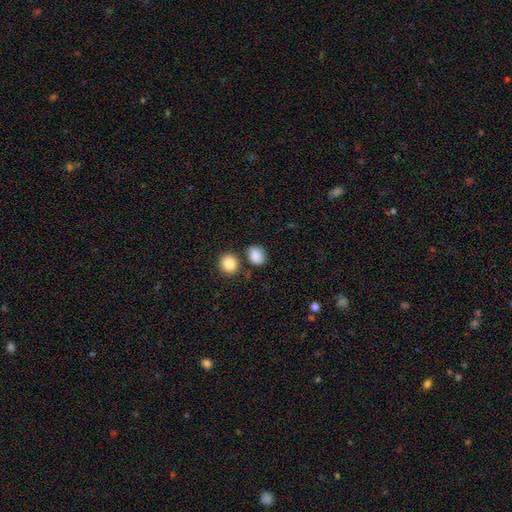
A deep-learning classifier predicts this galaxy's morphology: This appears to be a smooth galaxy with no disk features (87%) that is in between round and cigar-shaped (56%). Merging: none (72%).